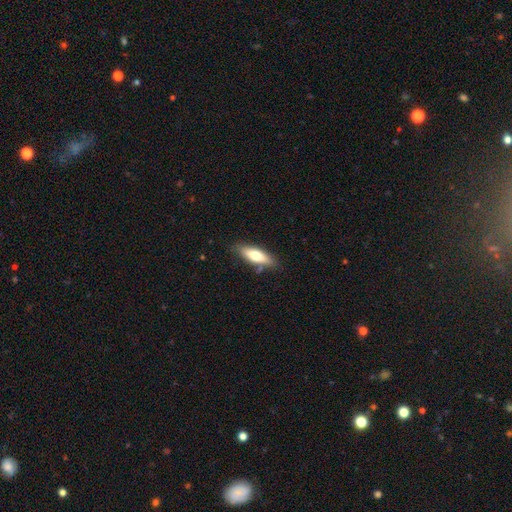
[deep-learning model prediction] Smooth or featured: smooth — 65% (featured or disk — 29%)
How rounded: in between — 55% (cigar-shaped — 43%)
Merging: none — 81% (minor disturbance — 13%)